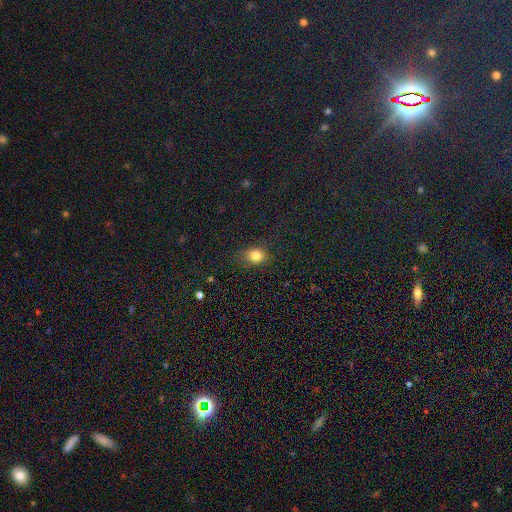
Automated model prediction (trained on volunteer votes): Smooth or featured? Predicted: smooth (p=0.81). How rounded? Predicted: in between (p=0.56). Merging? Predicted: none (p=0.75).